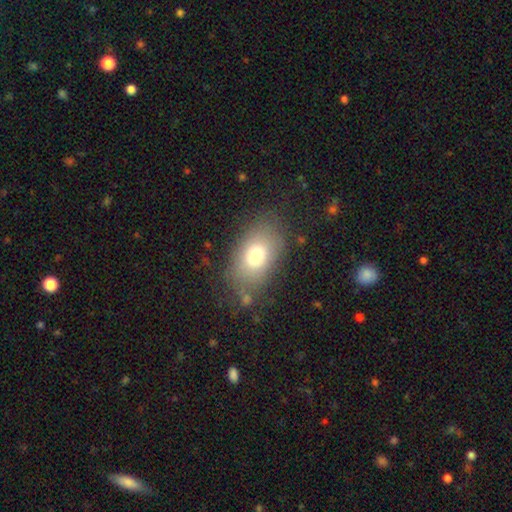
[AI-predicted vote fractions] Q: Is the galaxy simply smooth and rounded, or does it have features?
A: smooth — 76%.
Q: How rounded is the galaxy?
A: in between — 89%.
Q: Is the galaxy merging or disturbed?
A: none — 75%.